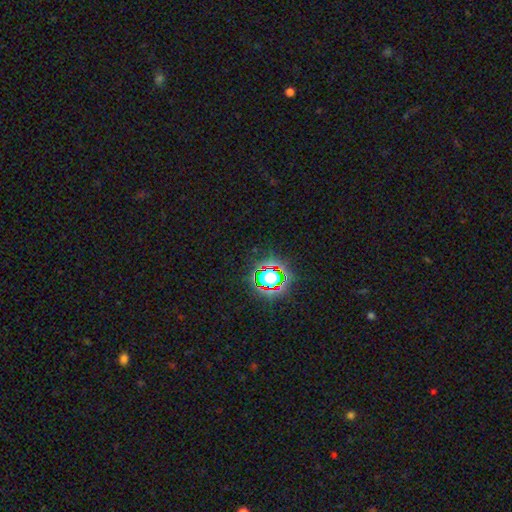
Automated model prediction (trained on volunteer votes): A star or artifact, not a galaxy (80%).

Vote fractions:
- Smooth or featured? star or artifact: 80% / smooth: 13% / featured or disk: 7%